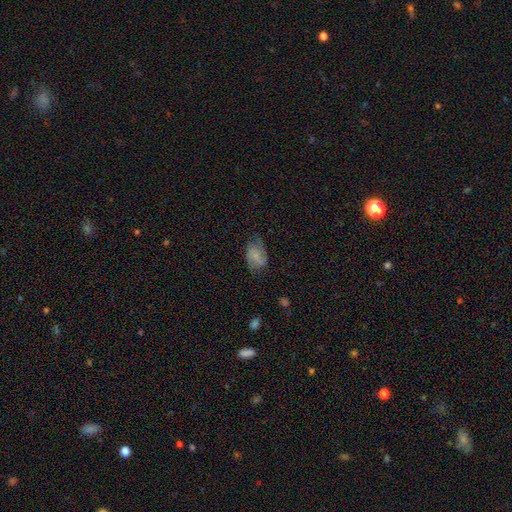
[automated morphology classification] Smooth or featured? Predicted: smooth (p=0.61). How rounded? Predicted: in between (p=0.83). Merging? Predicted: none (p=0.58).